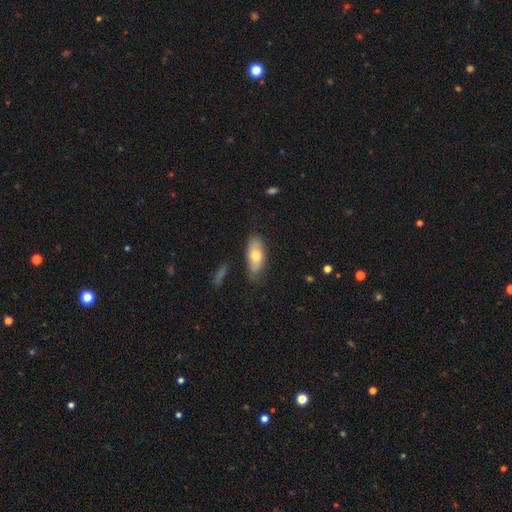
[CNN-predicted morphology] A smooth galaxy with no disk features (68%) that is in between round and cigar-shaped (86%). Merging: none (77%).